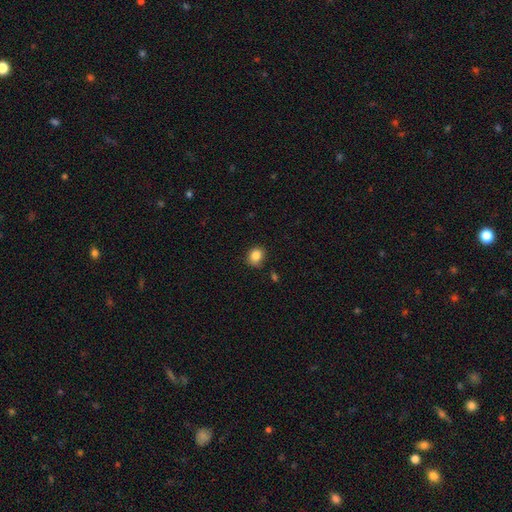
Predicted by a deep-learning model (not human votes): smooth-or-featured: smooth: 85% | star or artifact: 10% | featured or disk: 5%
  how-rounded: round: 69% | in between: 30% | cigar-shaped: 1%
  merging: none: 80% | minor disturbance: 15% | major disturbance: 3% | merger: 2%